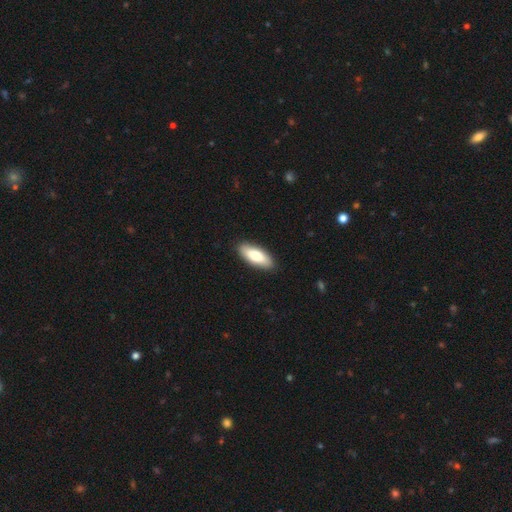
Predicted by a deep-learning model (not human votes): Smooth or featured?
  - smooth: 75% *
  - featured or disk: 19%
  - star or artifact: 5%
How rounded?
  - in between: 77% *
  - cigar-shaped: 21%
  - round: 2%
Merging?
  - none: 90% *
  - minor disturbance: 7%
  - major disturbance: 2%
  - merger: 1%